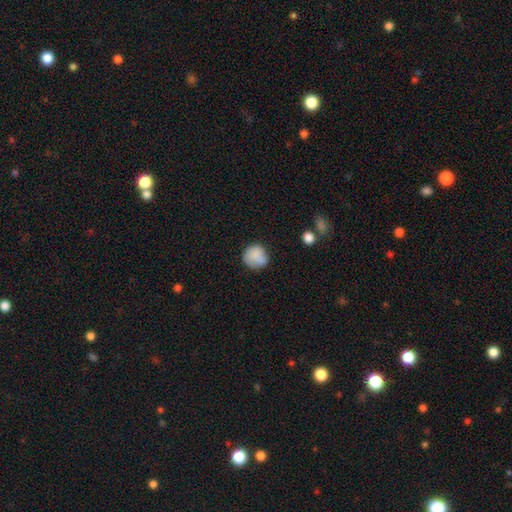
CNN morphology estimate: This appears to be a smooth galaxy with no disk features (79%) that is round (86%). Merging: none (62%).